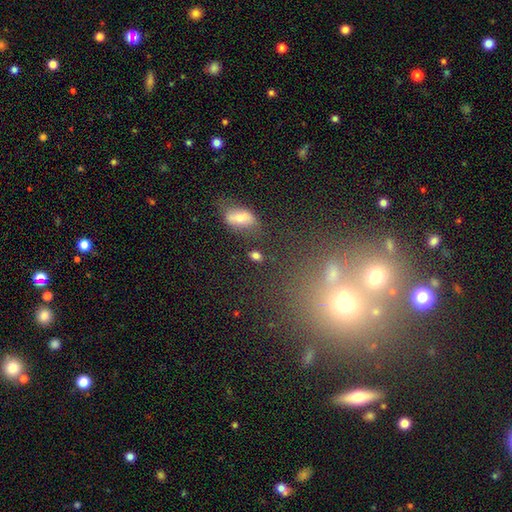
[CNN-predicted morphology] Overall: smooth (75%). How rounded: in between (73%). Merging: none (69%).